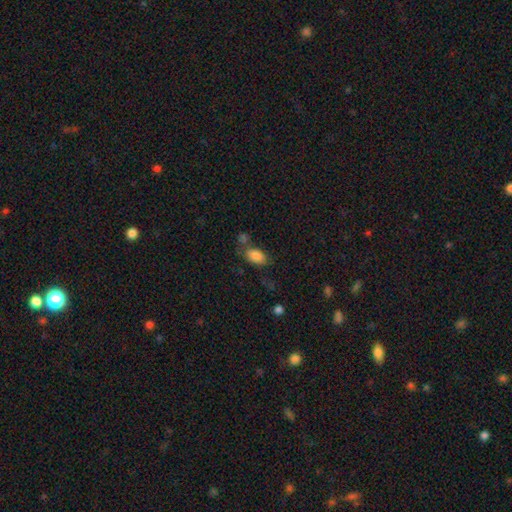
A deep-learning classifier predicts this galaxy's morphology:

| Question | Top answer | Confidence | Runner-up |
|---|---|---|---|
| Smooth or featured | smooth | 84% | star or artifact (8%) |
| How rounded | in between | 91% | round (6%) |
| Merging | none | 58% | minor disturbance (18%) |